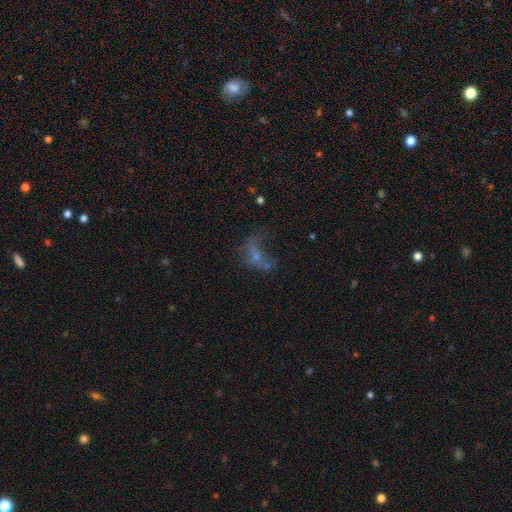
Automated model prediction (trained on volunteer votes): Smooth or featured?
  - featured or disk: 41% *
  - smooth: 35%
  - star or artifact: 24%
Merging?
  - major disturbance: 41% *
  - none: 30%
  - minor disturbance: 16%
  - merger: 13%